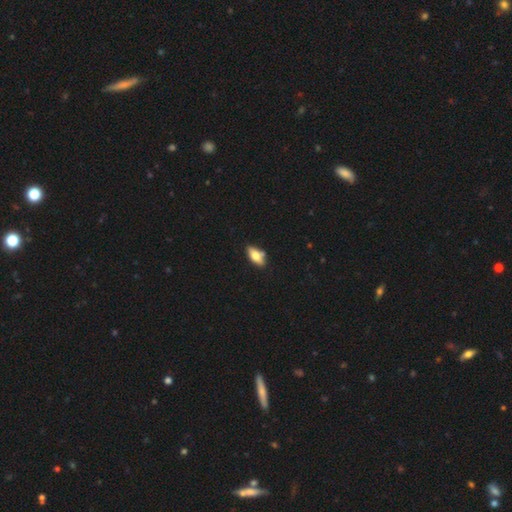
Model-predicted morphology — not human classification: This appears to be a smooth galaxy with no disk features (71%) that is in between round and cigar-shaped (86%). Merging: none (75%).